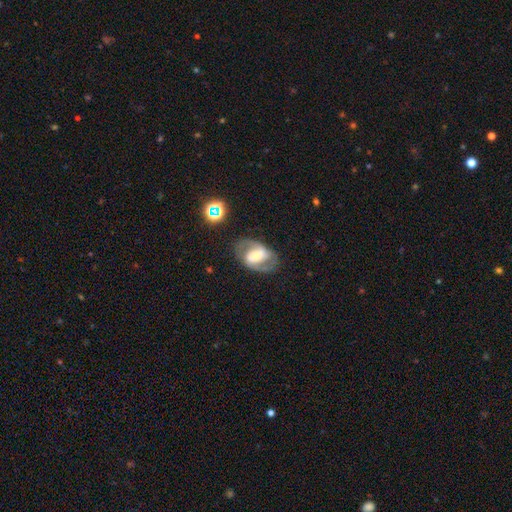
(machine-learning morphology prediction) This is likely a featured or disk galaxy (74%). It is clearly not viewed edge-on (95%). Bar: marginally strong (41%). Spiral arm pattern: clearly yes (80%). Spiral arm count: clearly 2 (85%). Spiral winding: possibly medium (51%). Central bulge: possibly moderate (47%). Merging: likely none (75%).